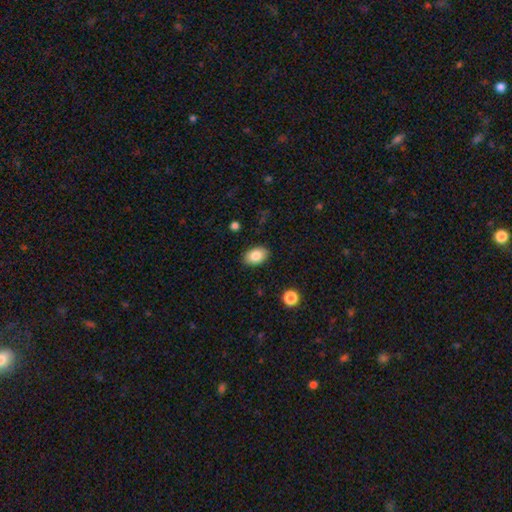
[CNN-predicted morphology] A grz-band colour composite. It shows a smooth galaxy with no disk features (85%) that is in between round and cigar-shaped (85%). Merging: none (88%).